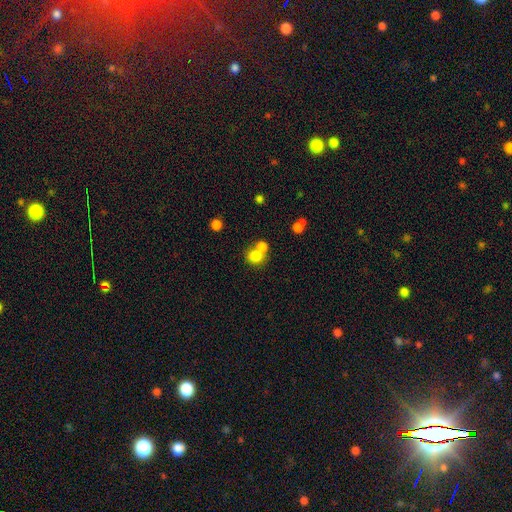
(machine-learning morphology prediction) smooth_or_featured: smooth (p=0.79) [alt: star or artifact p=0.12]
how_rounded: round (p=0.79) [alt: in between p=0.20]
merging: merger (p=0.46) [alt: none p=0.44]